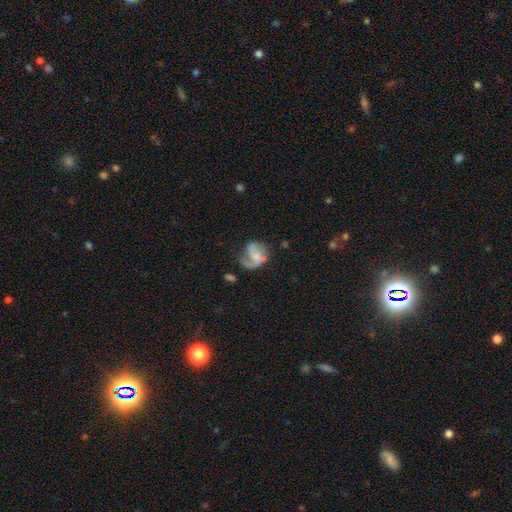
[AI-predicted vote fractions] Smooth or featured: featured or disk — 61% (smooth — 31%)
Edge-on disk: no — 98% (yes — 2%)
Bar: no — 58% (weak — 34%)
Spiral arms: yes — 84% (no — 16%)
Spiral winding: loose — 42% (medium — 40%)
Spiral arm count: 2 — 46% (1 — 42%)
Bulge size: small — 42% (moderate — 26%)
Merging: none — 37% (major disturbance — 34%)